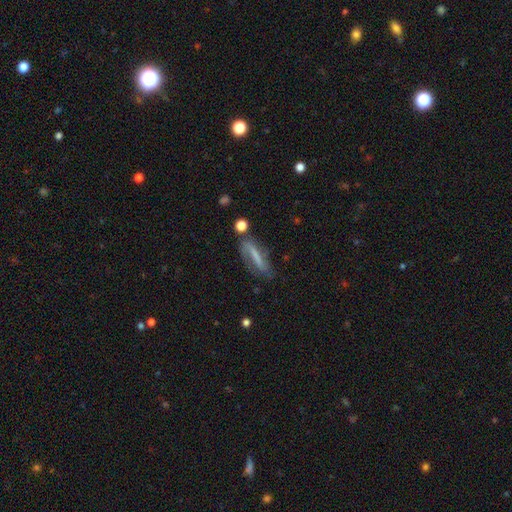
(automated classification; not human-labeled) Overall: featured or disk (49%; smooth 41%). Merging: none (58%; minor disturbance 24%).